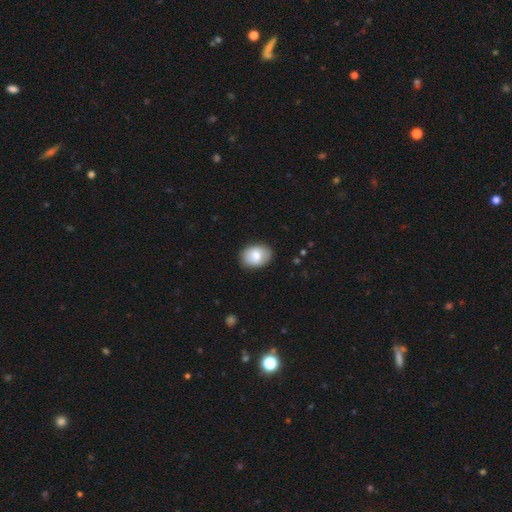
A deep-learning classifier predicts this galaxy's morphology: This is likely a smooth galaxy (79%). How rounded: likely in between (73%). Merging: clearly none (87%).